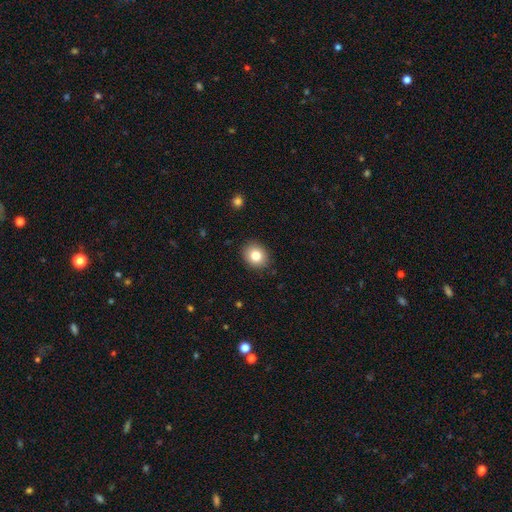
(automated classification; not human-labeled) smooth 81%, star or artifact 10%, featured or disk 9%. Down the decision tree: how rounded — round (62%); merging — none (89%).